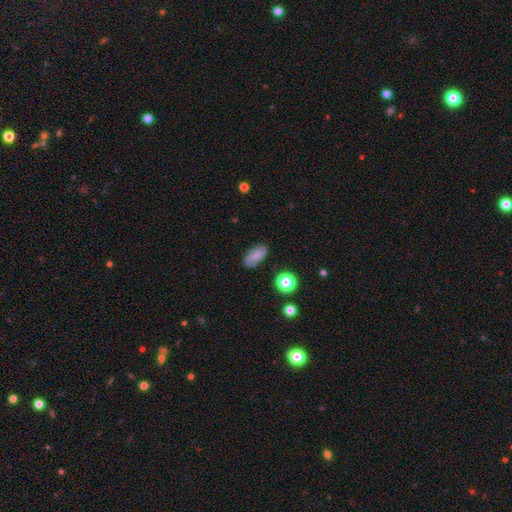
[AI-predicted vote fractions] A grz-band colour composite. It shows a smooth galaxy with no disk features (79%) that is in between round and cigar-shaped (89%). Merging: none (83%).